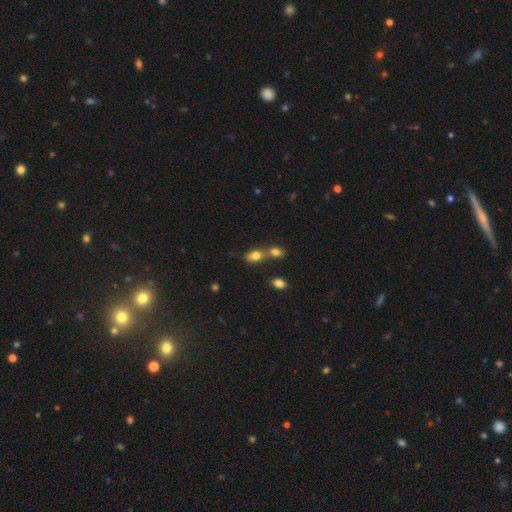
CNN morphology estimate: smooth 79%, star or artifact 11%, featured or disk 10%. Down the decision tree: how rounded — in between (79%); merging — merger (47%).